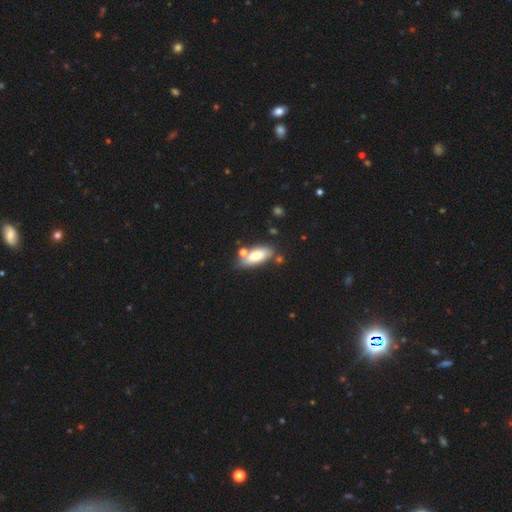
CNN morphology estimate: smooth_or_featured: smooth (p=0.72) [alt: featured or disk p=0.22]
how_rounded: in between (p=0.77) [alt: cigar-shaped p=0.20]
merging: none (p=0.68) [alt: minor disturbance p=0.15]